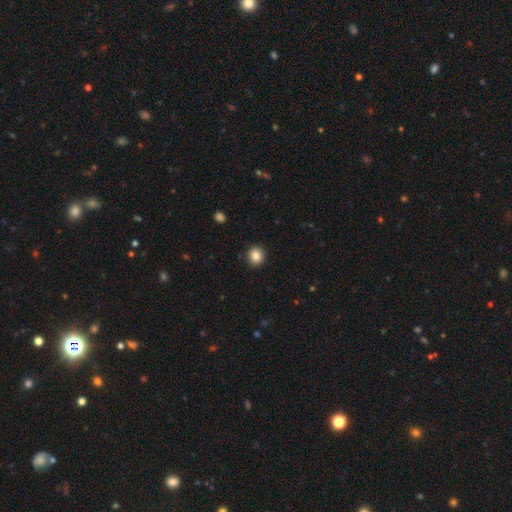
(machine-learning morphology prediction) type=smooth (86%); roundness=round (78%); merging=none (91%).